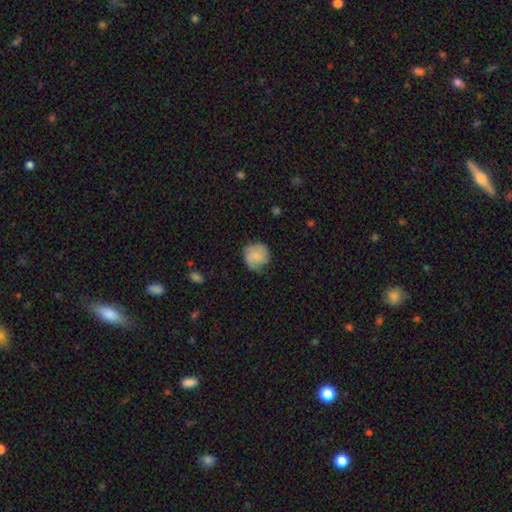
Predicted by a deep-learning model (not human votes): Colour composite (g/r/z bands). It shows a smooth galaxy with no disk features (61%) that is round (86%). Merging: none (60%).